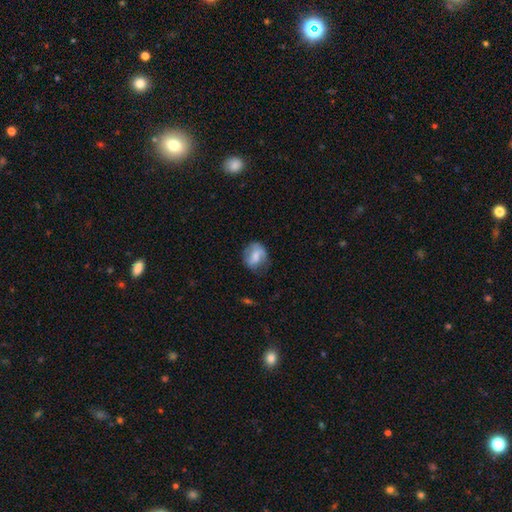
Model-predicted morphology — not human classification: A smooth galaxy with no disk features (53%) that is round (50%). Merging: none (58%).